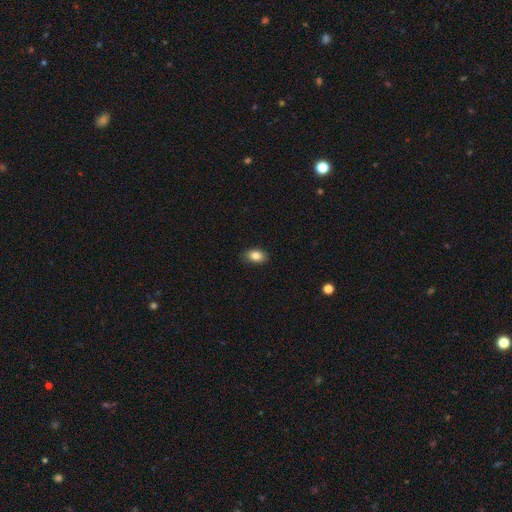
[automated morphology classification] This is clearly a smooth galaxy (85%). How rounded: clearly in between (87%). Merging: clearly none (89%).